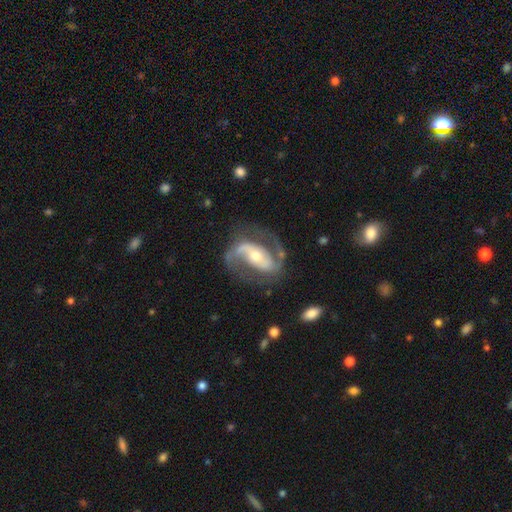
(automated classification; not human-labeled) This is clearly a featured or disk galaxy (90%). It is clearly not viewed edge-on (97%). Bar: marginally strong (39%). Spiral arm pattern: clearly yes (96%). Spiral arm count: clearly 2 (91%). Spiral winding: possibly medium (54%). Central bulge: possibly moderate (54%). Merging: likely none (72%).